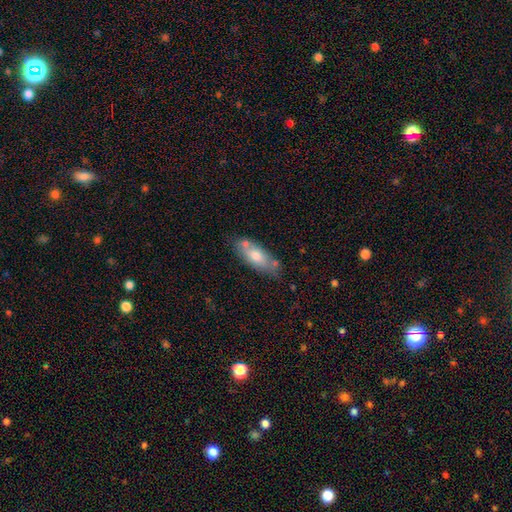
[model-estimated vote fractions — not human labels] This is likely a smooth galaxy (66%). How rounded: likely in between (76%). Merging: likely none (61%).